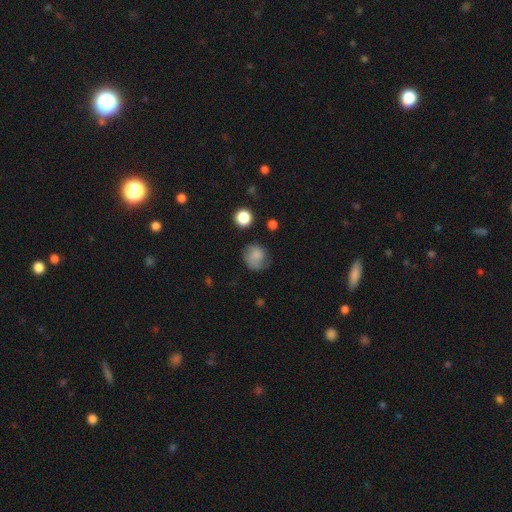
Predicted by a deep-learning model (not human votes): Morphology: type=smooth (70%); roundness=round (80%); merging=none (59%).